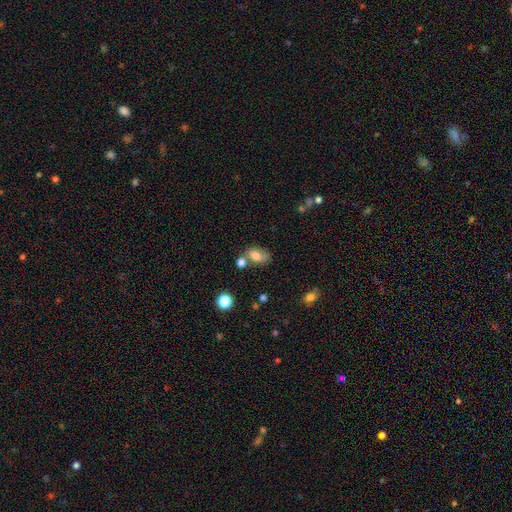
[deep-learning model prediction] A smooth galaxy with no disk features (71%) that is in between round and cigar-shaped (82%). Merging: none (43%).